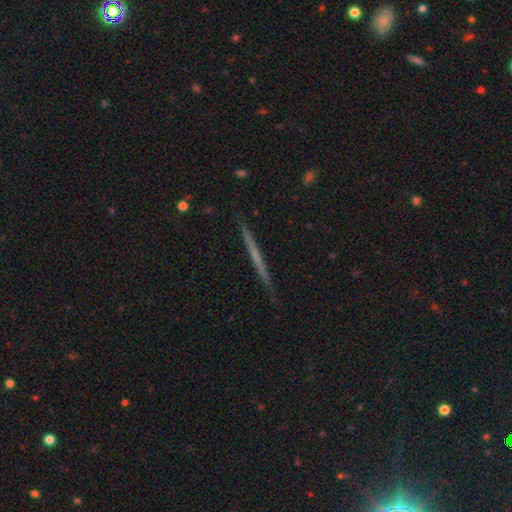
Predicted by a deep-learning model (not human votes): A featured or disk galaxy (59%) viewed edge-on (98%) with no central bulge (88%). Merging: none (91%).